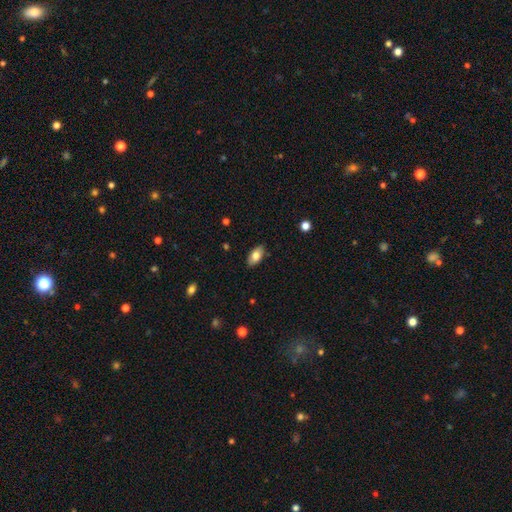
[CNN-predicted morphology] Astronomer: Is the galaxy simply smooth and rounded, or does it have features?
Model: smooth — 78%.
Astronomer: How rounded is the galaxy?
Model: in between — 93%.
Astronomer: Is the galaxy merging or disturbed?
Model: none — 86%.